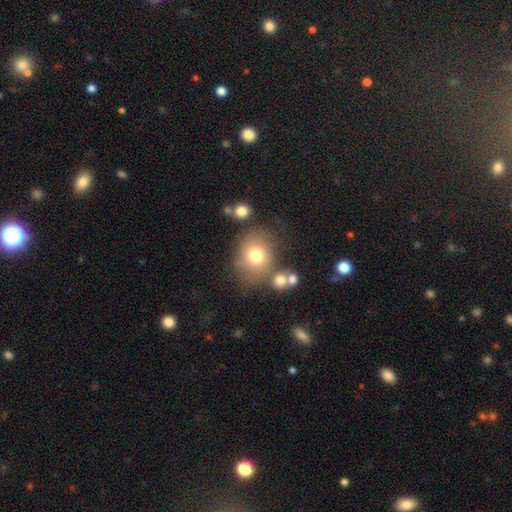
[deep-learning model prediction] Morphology: type=smooth (73%); roundness=round (65%); merging=none (61%).